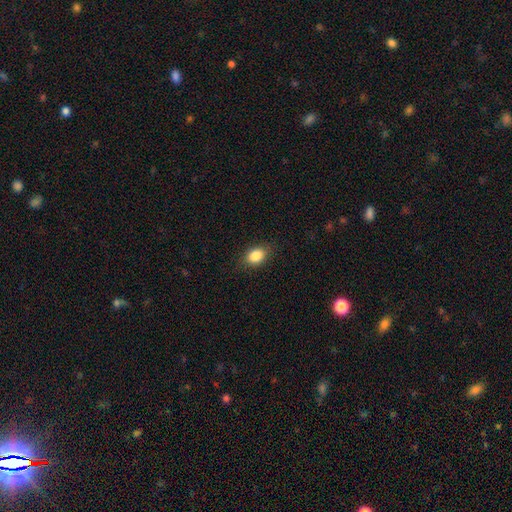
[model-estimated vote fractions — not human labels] Morphology: type=smooth (86%); roundness=in between (77%); merging=none (84%).